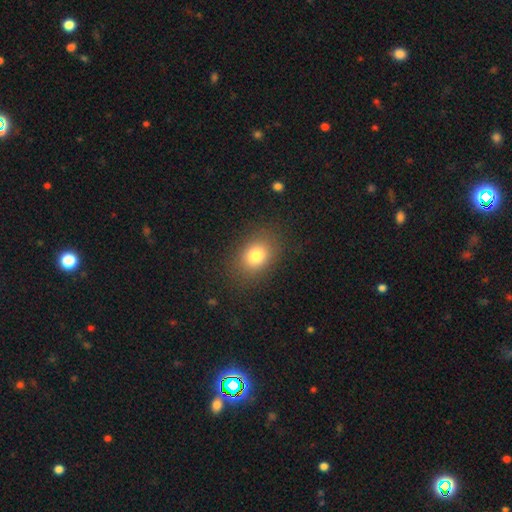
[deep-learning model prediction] Smooth or featured?
  - smooth: 79% *
  - star or artifact: 11%
  - featured or disk: 10%
How rounded?
  - in between: 63% *
  - round: 36%
  - cigar-shaped: 1%
Merging?
  - none: 84% *
  - minor disturbance: 10%
  - major disturbance: 5%
  - merger: 1%